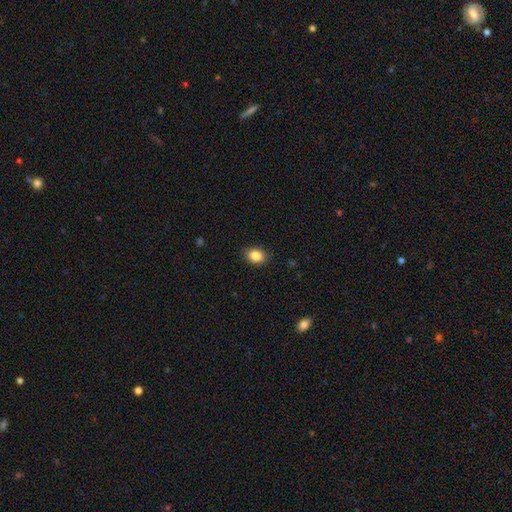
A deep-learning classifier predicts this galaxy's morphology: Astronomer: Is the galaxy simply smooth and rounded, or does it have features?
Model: smooth — 86%.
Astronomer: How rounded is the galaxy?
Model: in between — 65%.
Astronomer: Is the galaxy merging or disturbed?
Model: none — 87%.